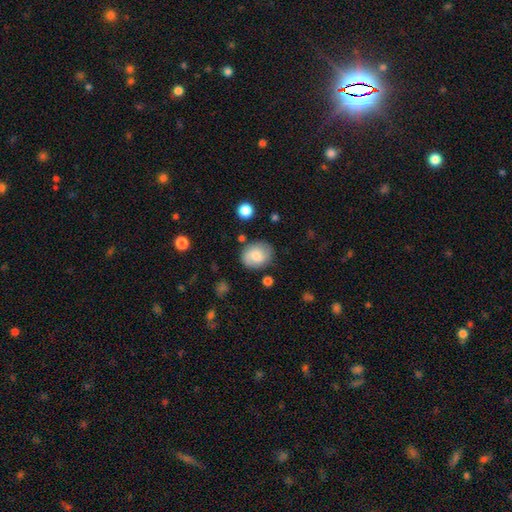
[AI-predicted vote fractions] Smooth or featured: smooth — 59% (featured or disk — 33%)
How rounded: round — 56% (in between — 43%)
Merging: none — 76% (minor disturbance — 16%)